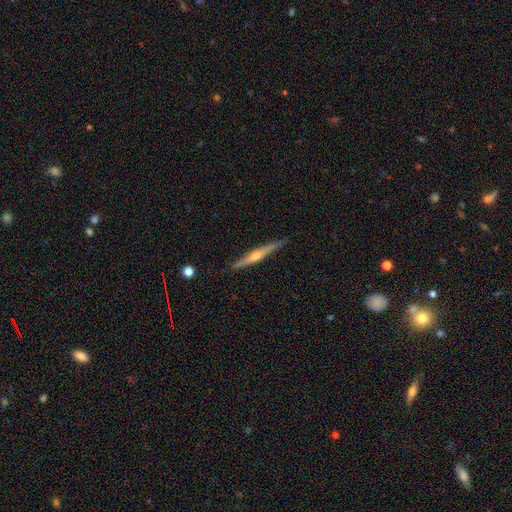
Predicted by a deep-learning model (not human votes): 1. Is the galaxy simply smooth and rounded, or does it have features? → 74% featured or disk, 21% smooth, 6% star or artifact.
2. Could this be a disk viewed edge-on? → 98% yes, 2% no.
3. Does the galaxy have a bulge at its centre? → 85% rounded, 10% none, 5% boxy.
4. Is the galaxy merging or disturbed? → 89% none, 8% minor disturbance, 1% major disturbance, 1% merger.